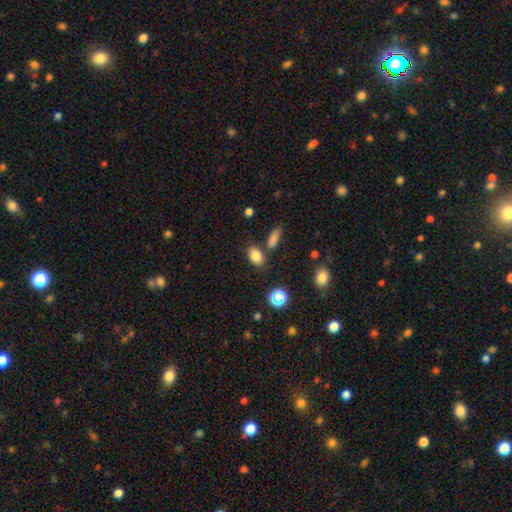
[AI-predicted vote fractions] The model was most divided on "how rounded": in between: 79%, round: 19%, cigar-shaped: 2%. More confident: smooth or featured — smooth (80%); merging — none (72%).